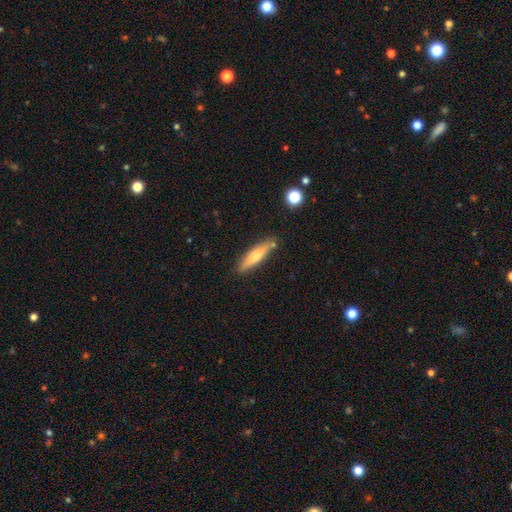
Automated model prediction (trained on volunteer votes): A smooth galaxy with no disk features (62%) that is cigar-shaped (83%).

Vote fractions:
- Smooth or featured? smooth: 62% / featured or disk: 32% / star or artifact: 6%
- How rounded? cigar-shaped: 83% / in between: 16% / round: 2%
- Merging? none: 81% / minor disturbance: 13% / merger: 4% / major disturbance: 2%